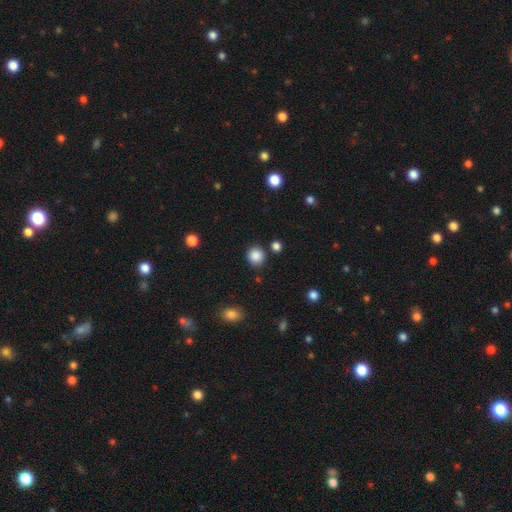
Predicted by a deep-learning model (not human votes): smooth_or_featured: smooth (p=0.87) [alt: star or artifact p=0.10]
how_rounded: round (p=0.90) [alt: in between p=0.09]
merging: none (p=0.86) [alt: minor disturbance p=0.07]